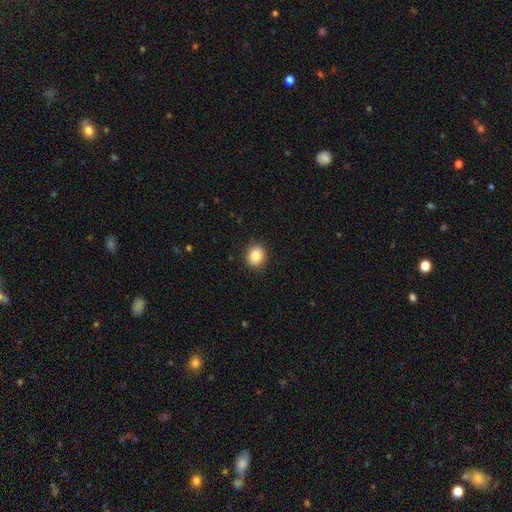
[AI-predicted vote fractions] A smooth galaxy with no disk features (86%) that is round (66%). Merging: none (90%).